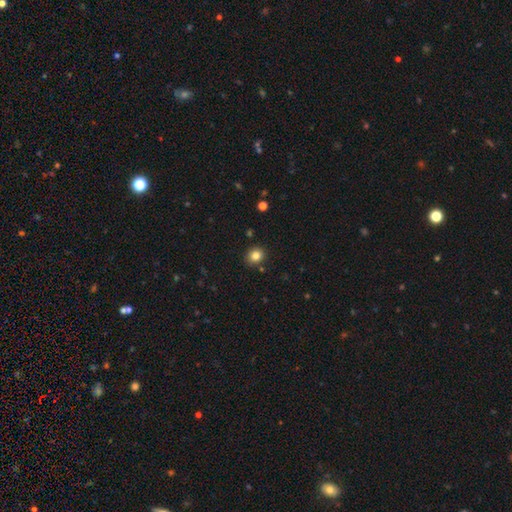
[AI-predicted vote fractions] This is clearly a smooth galaxy (82%). How rounded: likely round (75%). Merging: clearly none (88%).